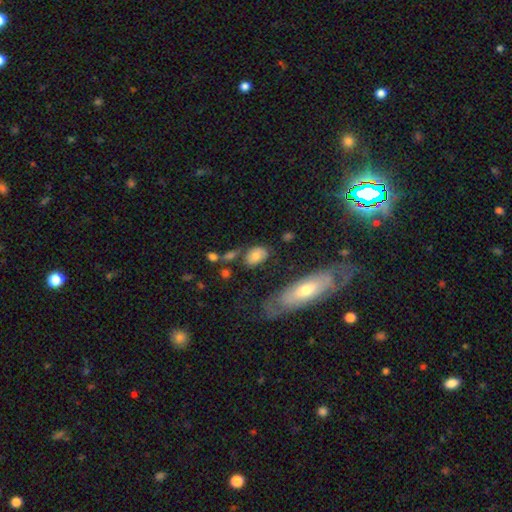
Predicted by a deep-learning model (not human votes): A smooth galaxy with no disk features (72%) that is in between round and cigar-shaped (82%). Merging: none (65%).